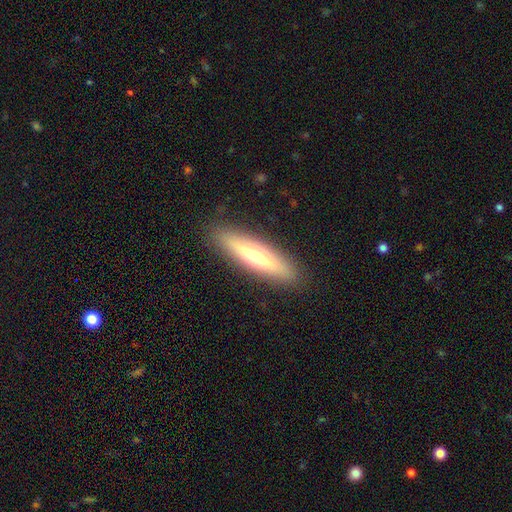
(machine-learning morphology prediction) This is possibly a smooth galaxy (54%). How rounded: likely cigar-shaped (80%). Merging: clearly none (90%).